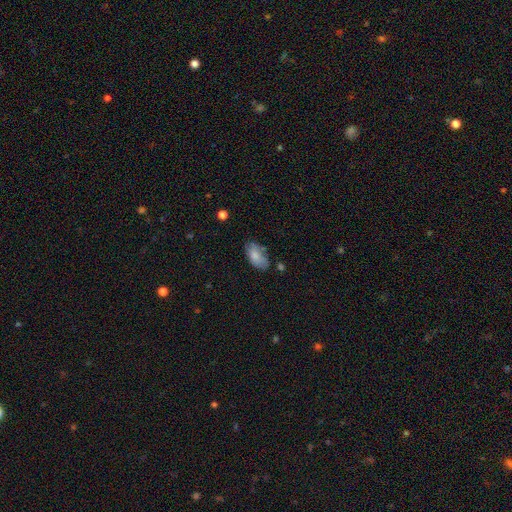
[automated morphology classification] Smooth or featured? Predicted: smooth (p=0.79). How rounded? Predicted: in between (p=0.93). Merging? Predicted: none (p=0.61).